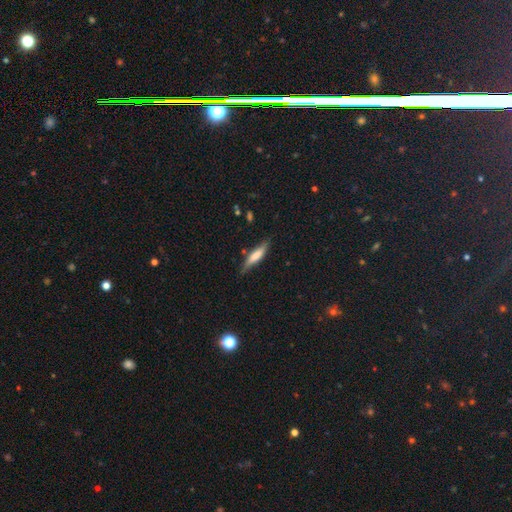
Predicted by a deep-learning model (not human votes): A smooth galaxy with no disk features (61%) that is cigar-shaped (77%). Merging: none (75%).